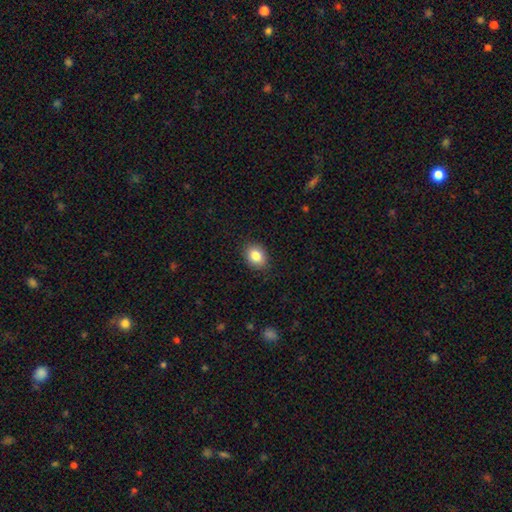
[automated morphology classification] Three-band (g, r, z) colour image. It shows a smooth galaxy with no disk features (84%) that is in between round and cigar-shaped (54%). Merging: none (88%).